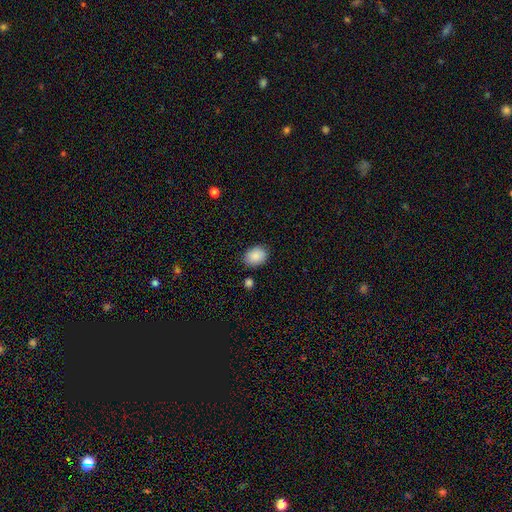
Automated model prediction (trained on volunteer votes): Smooth or featured?
  - smooth: 88% *
  - star or artifact: 7%
  - featured or disk: 4%
How rounded?
  - in between: 66% *
  - round: 33%
  - cigar-shaped: 1%
Merging?
  - none: 83% *
  - minor disturbance: 12%
  - merger: 3%
  - major disturbance: 3%